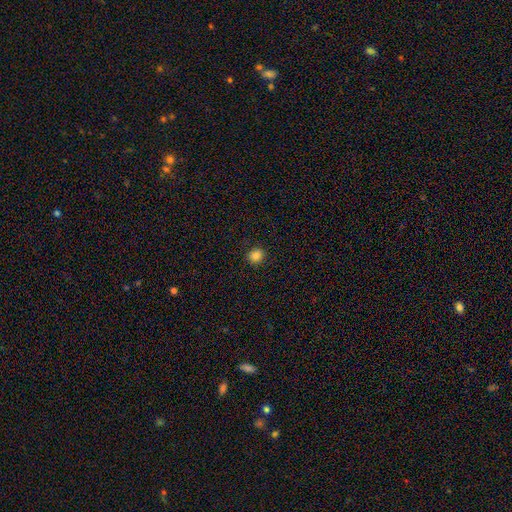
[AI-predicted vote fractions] This appears to be a smooth galaxy with no disk features (85%) that is round (85%). Merging: none (91%).